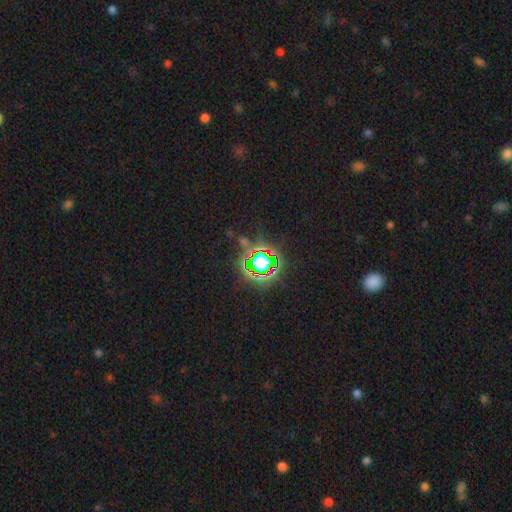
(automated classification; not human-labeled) This is likely a star or artifact rather than a galaxy (79%).